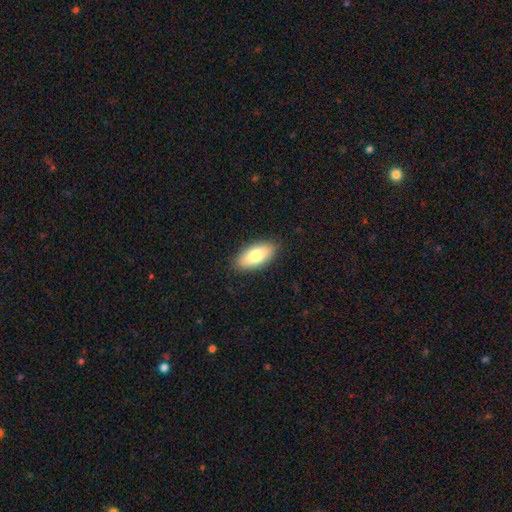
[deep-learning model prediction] smooth 78%, featured or disk 16%, star or artifact 6%. Down the decision tree: how rounded — in between (90%); merging — none (87%).